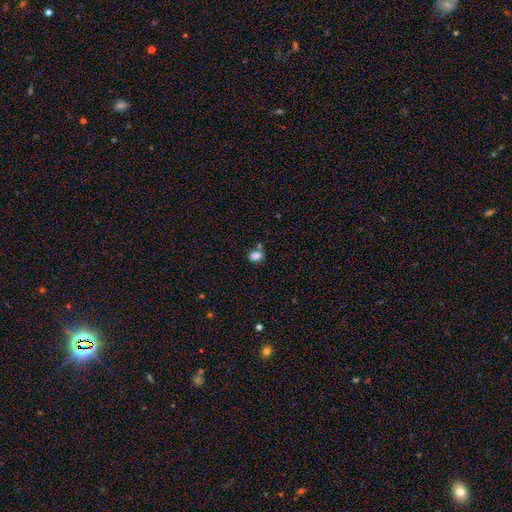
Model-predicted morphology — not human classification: The model was most divided on "how rounded": in between: 64%, round: 34%, cigar-shaped: 1%. More confident: smooth or featured — smooth (82%); merging — none (60%).